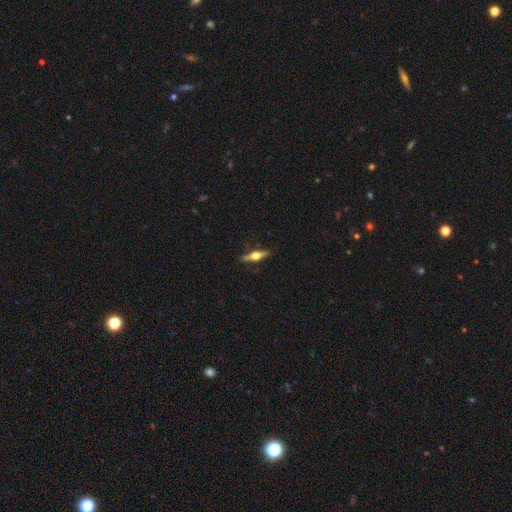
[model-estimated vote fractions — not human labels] A featured or disk galaxy (71%) viewed edge-on (97%) with a rounded central bulge (94%).

Vote fractions:
- Smooth or featured? featured or disk: 71% / smooth: 23% / star or artifact: 6%
- Edge-on disk? yes: 97% / no: 3%
- Edge-on bulge? rounded: 94% / boxy: 4% / none: 2%
- Merging? none: 87% / minor disturbance: 9% / major disturbance: 2% / merger: 1%